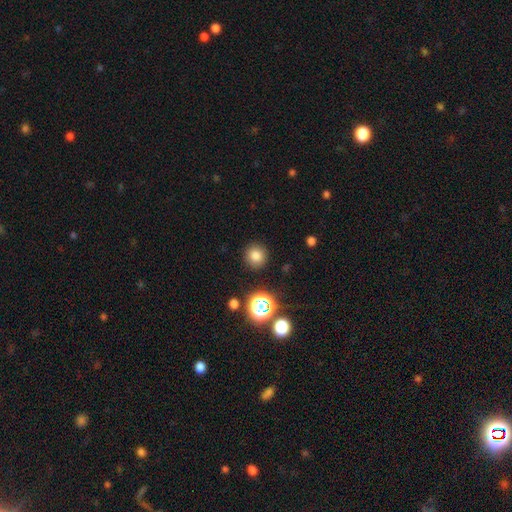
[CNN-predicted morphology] Overall: smooth (78%). How rounded: round (93%). Merging: none (89%).